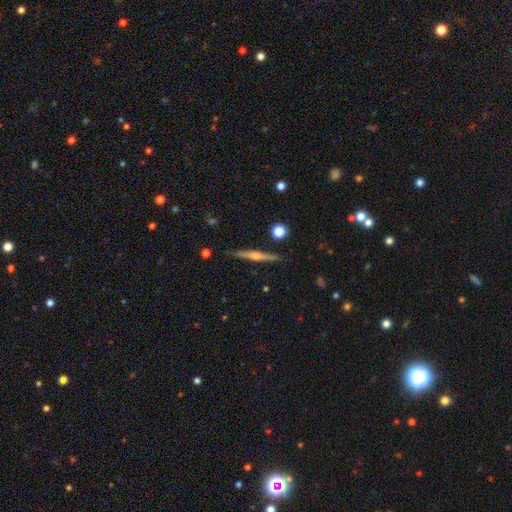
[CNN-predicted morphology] A featured or disk galaxy (64%) viewed edge-on (98%) with a rounded central bulge (76%). Merging: none (89%).